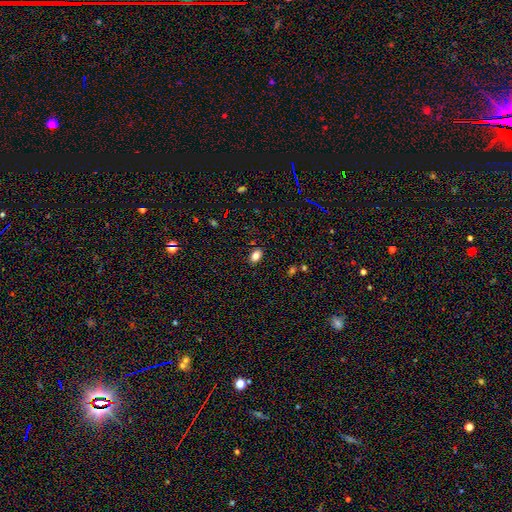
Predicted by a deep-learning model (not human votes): A smooth galaxy with no disk features (82%) that is in between round and cigar-shaped (84%).

Vote fractions:
- Smooth or featured? smooth: 82% / star or artifact: 10% / featured or disk: 8%
- How rounded? in between: 84% / round: 15% / cigar-shaped: 2%
- Merging? none: 87% / minor disturbance: 10% / major disturbance: 2% / merger: 1%